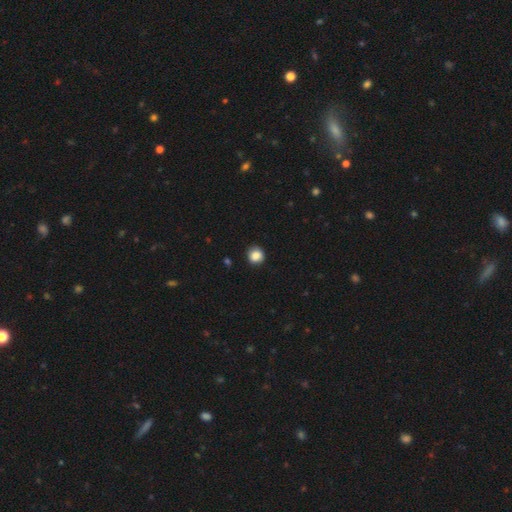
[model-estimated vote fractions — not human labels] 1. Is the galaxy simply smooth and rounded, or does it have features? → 86% smooth, 10% star or artifact, 4% featured or disk.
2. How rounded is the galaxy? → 90% round, 9% in between, 1% cigar-shaped.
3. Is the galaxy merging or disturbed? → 88% none, 9% minor disturbance, 2% major disturbance, 1% merger.